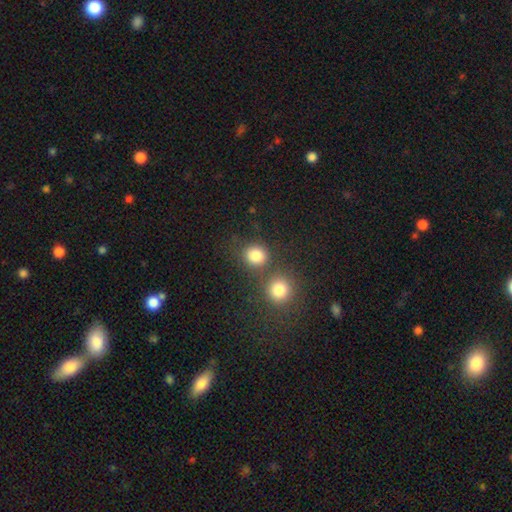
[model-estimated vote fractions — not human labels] Smooth or featured? smooth (82%)
How rounded? round (82%)
Merging? none (62%)